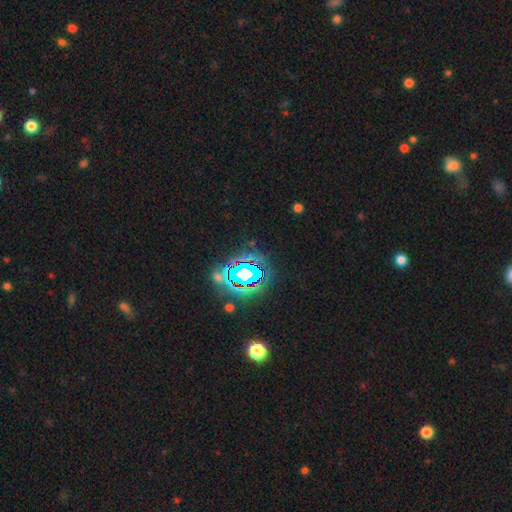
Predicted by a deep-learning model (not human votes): smooth_or_featured: star or artifact (p=0.83) [alt: smooth p=0.11]